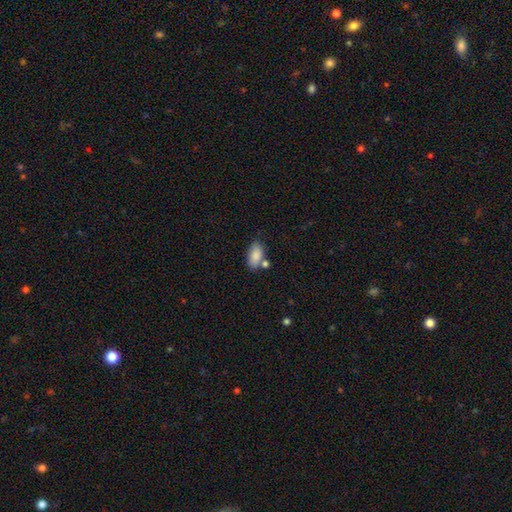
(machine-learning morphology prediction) A smooth galaxy with no disk features (86%) that is in between round and cigar-shaped (92%). Merging: none (63%).